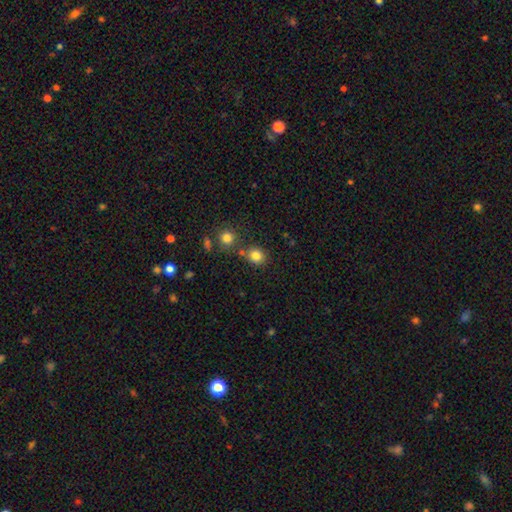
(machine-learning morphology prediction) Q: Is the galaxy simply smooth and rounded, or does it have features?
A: smooth — 82%.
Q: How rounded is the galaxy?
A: round — 81%.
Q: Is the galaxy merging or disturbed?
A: none — 75%.